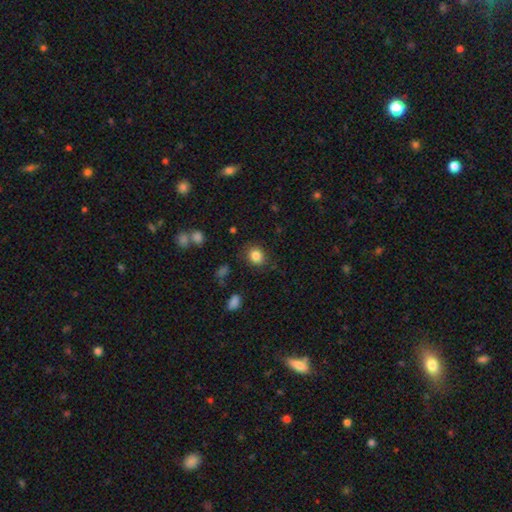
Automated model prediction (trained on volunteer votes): This is clearly a smooth galaxy (84%). How rounded: likely round (68%). Merging: clearly none (83%).